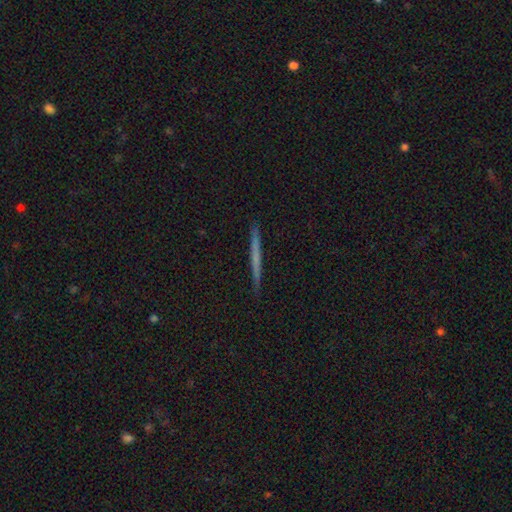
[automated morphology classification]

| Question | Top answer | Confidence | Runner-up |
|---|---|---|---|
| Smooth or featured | smooth | 47% | featured or disk (46%) |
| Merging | none | 92% | minor disturbance (5%) |